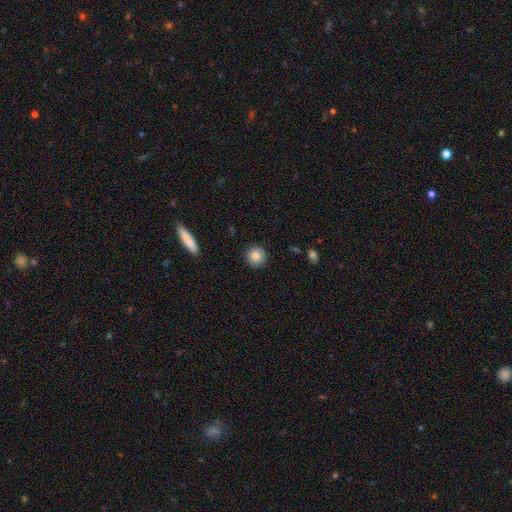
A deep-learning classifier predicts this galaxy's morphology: This appears to be a smooth galaxy with no disk features (83%) that is round (93%). Merging: none (91%).